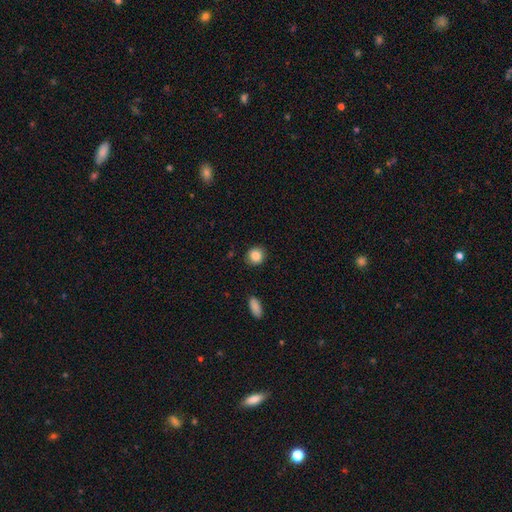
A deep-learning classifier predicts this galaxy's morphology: Smooth or featured?
  - smooth: 86% *
  - star or artifact: 9%
  - featured or disk: 5%
How rounded?
  - round: 86% *
  - in between: 13%
  - cigar-shaped: 1%
Merging?
  - none: 89% *
  - minor disturbance: 8%
  - major disturbance: 2%
  - merger: 1%